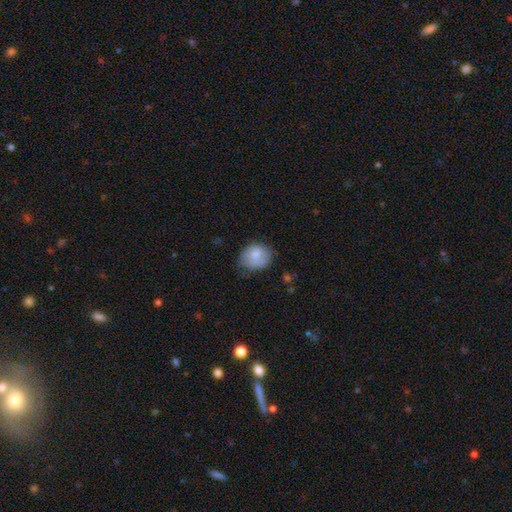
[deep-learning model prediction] Morphology: type=smooth (77%); roundness=round (53%); merging=none (56%).